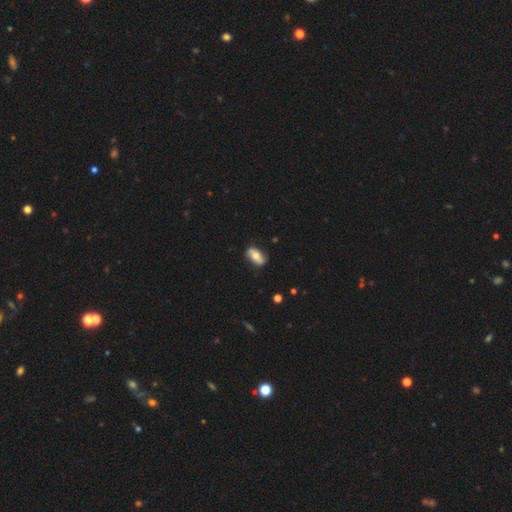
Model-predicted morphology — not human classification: A smooth galaxy with no disk features (47%). Merging: none (79%).